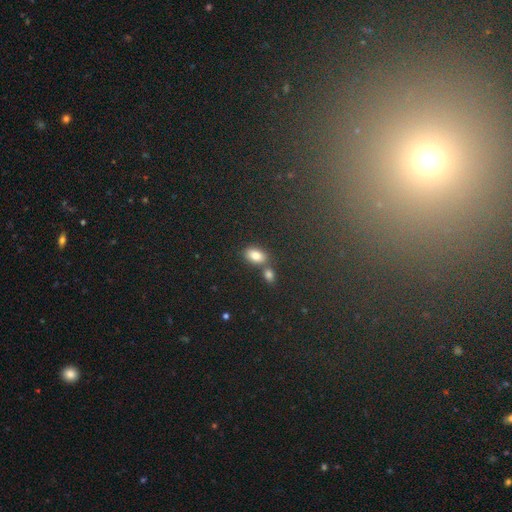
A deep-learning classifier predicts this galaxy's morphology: Smooth or featured? Predicted: smooth (p=0.81). How rounded? Predicted: in between (p=0.87). Merging? Predicted: none (p=0.59).